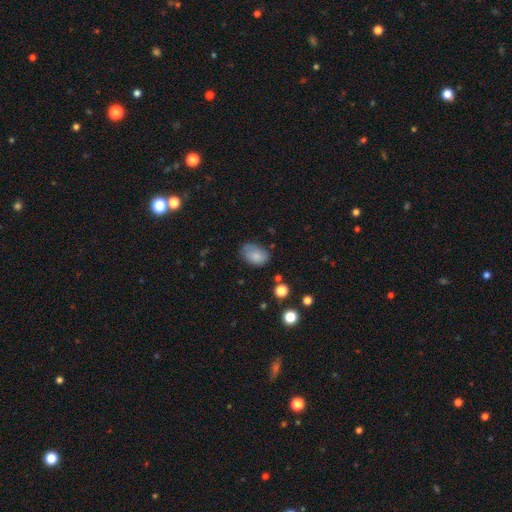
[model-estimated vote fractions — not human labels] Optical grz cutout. It shows a smooth galaxy with no disk features (81%) that is in between round and cigar-shaped (85%). Merging: none (62%).